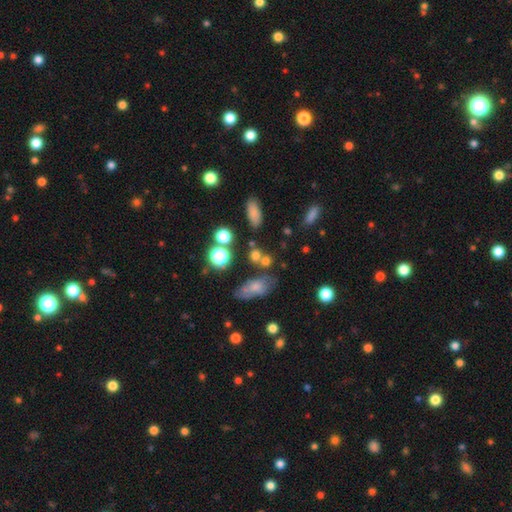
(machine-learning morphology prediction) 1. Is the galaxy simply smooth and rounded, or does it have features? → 67% smooth, 20% star or artifact, 12% featured or disk.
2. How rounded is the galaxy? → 62% round, 34% in between, 5% cigar-shaped.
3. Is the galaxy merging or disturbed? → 56% none, 24% merger, 13% minor disturbance, 7% major disturbance.